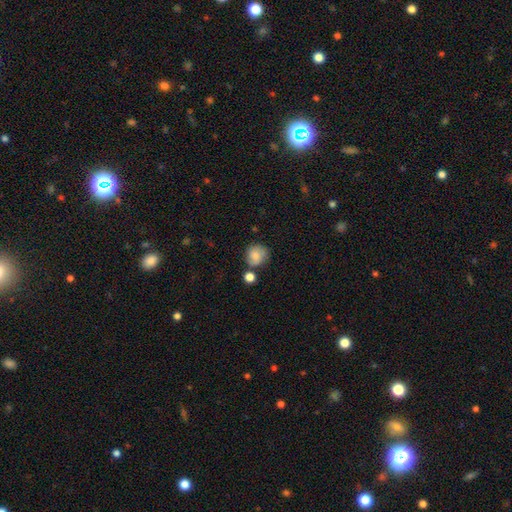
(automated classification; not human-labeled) Smooth or featured? Predicted: smooth (p=0.76). How rounded? Predicted: round (p=0.83). Merging? Predicted: none (p=0.62).